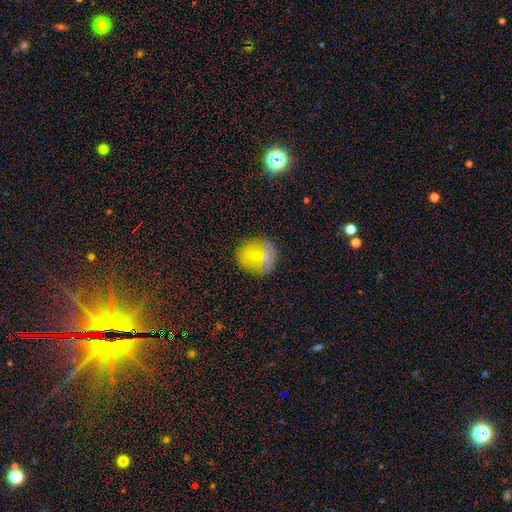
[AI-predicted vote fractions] Overall: smooth (66%). How rounded: round (90%). Merging: none (84%).